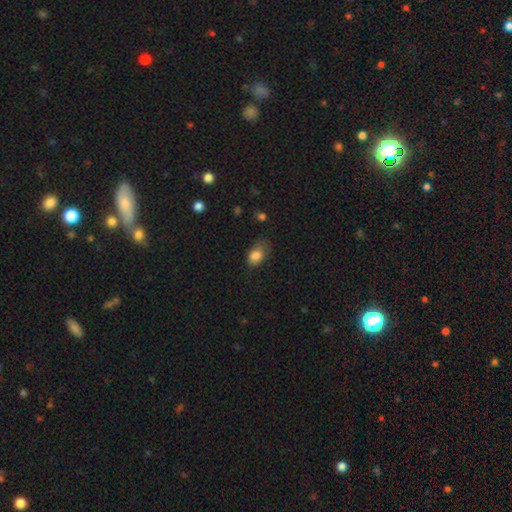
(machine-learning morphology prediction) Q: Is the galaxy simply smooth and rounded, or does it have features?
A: smooth — 83%.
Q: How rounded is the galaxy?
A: in between — 80%.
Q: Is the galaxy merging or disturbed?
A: none — 43%.